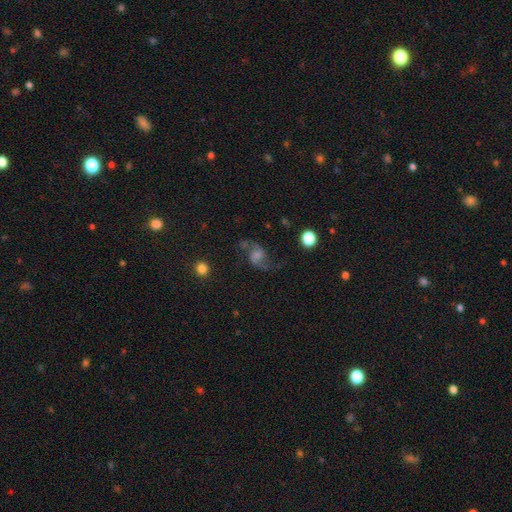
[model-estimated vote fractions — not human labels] Q: Smooth or featured?
A: featured or disk (74%); runner-up: smooth (13%)
Q: Edge-on disk?
A: no (97%); runner-up: yes (3%)
Q: Bar?
A: no (56%); runner-up: weak (37%)
Q: Spiral arms?
A: yes (95%); runner-up: no (5%)
Q: Spiral winding?
A: loose (60%); runner-up: medium (33%)
Q: Spiral arm count?
A: 2 (91%); runner-up: 1 (3%)
Q: Bulge size?
A: moderate (34%); runner-up: small (32%)
Q: Merging?
A: none (68%); runner-up: minor disturbance (17%)